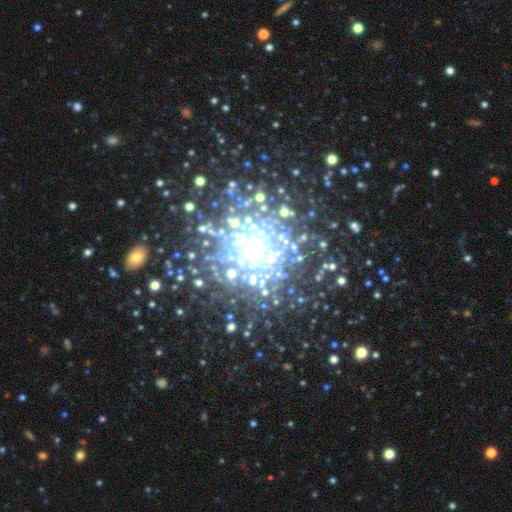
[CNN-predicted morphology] Smooth or featured? featured or disk (50%)
Merging? none (64%)